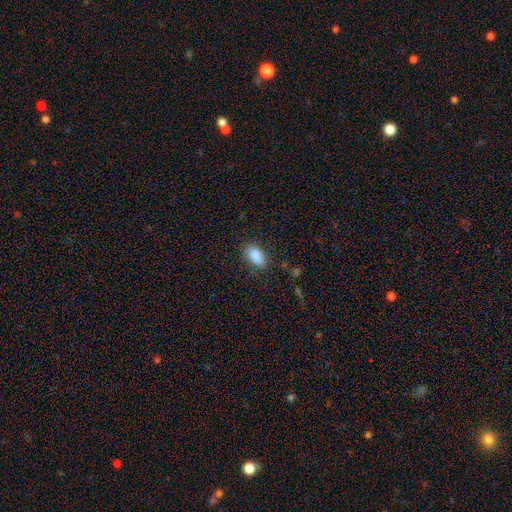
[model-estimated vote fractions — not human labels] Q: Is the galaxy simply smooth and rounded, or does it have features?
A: smooth — 88%.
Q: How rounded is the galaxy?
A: in between — 92%.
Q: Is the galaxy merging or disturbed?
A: none — 82%.